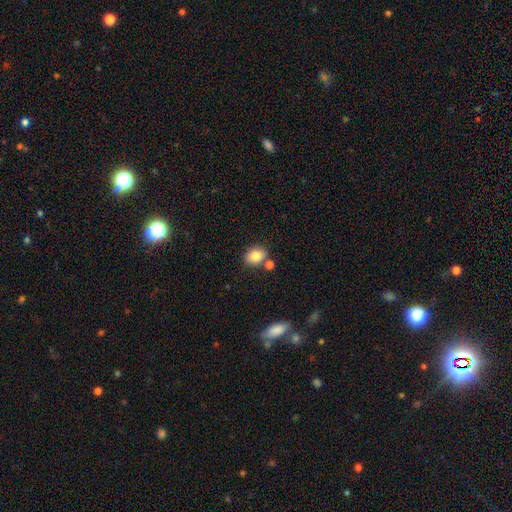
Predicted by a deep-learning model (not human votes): Overall: smooth (82%). How rounded: in between (58%; round 40%). Merging: none (71%).